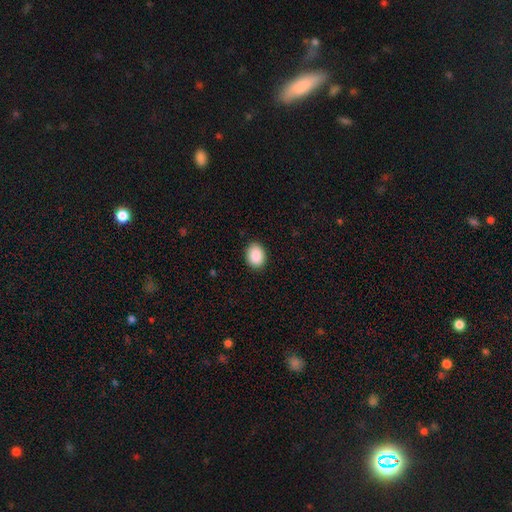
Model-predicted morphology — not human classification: Smooth or featured? smooth (90%)
How rounded? in between (69%)
Merging? none (89%)